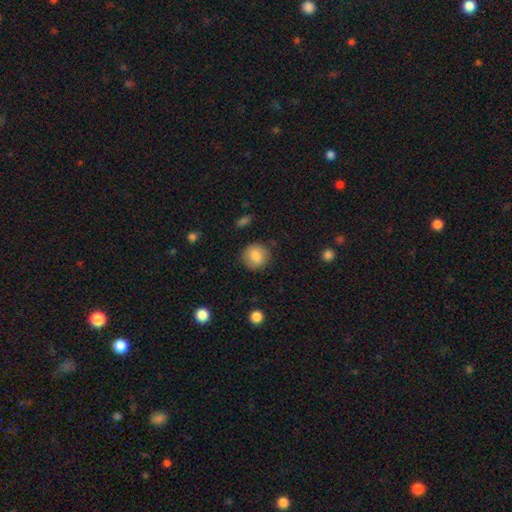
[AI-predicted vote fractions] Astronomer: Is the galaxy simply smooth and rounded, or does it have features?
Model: smooth — 83%.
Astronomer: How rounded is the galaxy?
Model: round — 91%.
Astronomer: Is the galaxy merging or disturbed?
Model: none — 85%.